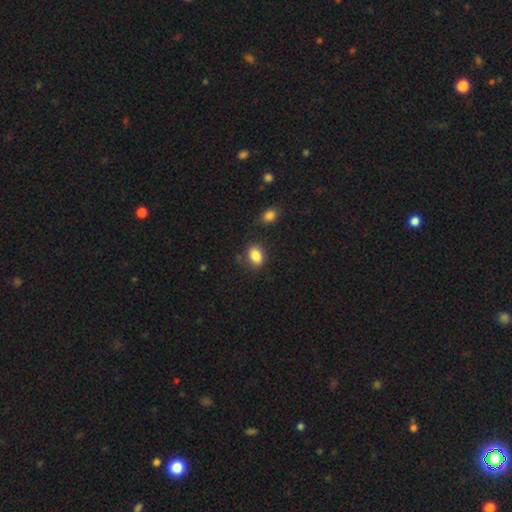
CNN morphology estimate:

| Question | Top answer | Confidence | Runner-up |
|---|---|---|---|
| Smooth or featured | smooth | 86% | star or artifact (9%) |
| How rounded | in between | 71% | round (28%) |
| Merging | none | 77% | minor disturbance (15%) |